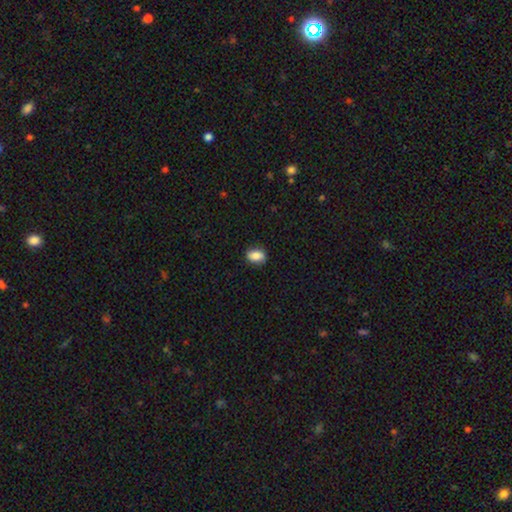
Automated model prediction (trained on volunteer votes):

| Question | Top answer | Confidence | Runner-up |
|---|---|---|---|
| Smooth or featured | smooth | 82% | featured or disk (10%) |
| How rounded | in between | 76% | round (22%) |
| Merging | none | 83% | minor disturbance (13%) |